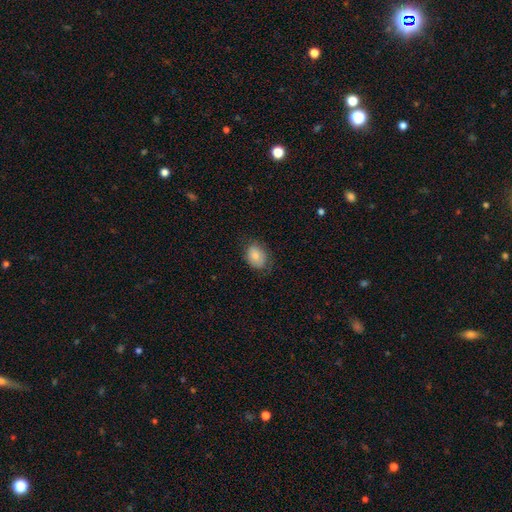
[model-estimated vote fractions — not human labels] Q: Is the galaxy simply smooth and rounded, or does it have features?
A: smooth — 80%.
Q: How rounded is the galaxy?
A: in between — 74%.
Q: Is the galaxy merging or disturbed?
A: none — 72%.